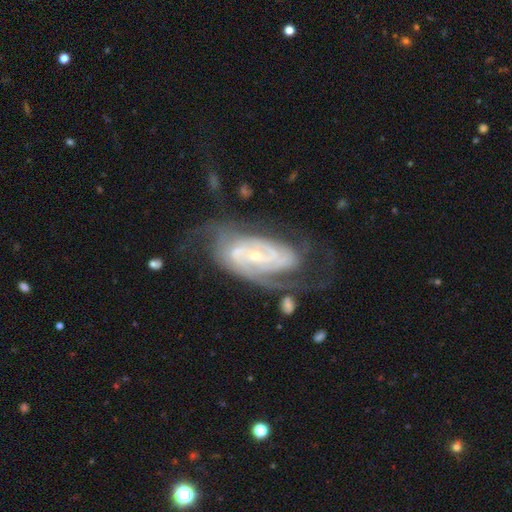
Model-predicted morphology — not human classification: Smooth or featured?
  - featured or disk: 89% *
  - smooth: 6%
  - star or artifact: 5%
Edge-on disk?
  - no: 95% *
  - yes: 5%
Bar?
  - no: 46% *
  - weak: 35%
  - strong: 19%
Spiral arms?
  - yes: 96% *
  - no: 4%
Spiral winding?
  - tight: 61% *
  - medium: 32%
  - loose: 8%
Spiral arm count?
  - 2: 45% *
  - can't tell: 24%
  - 3: 17%
  - 4: 7%
  - 1: 4%
  - more than 4: 4%
Bulge size?
  - small: 70% *
  - moderate: 27%
  - large: 1%
  - none: 1%
  - dominant: 1%
Merging?
  - none: 54% *
  - minor disturbance: 21%
  - major disturbance: 19%
  - merger: 5%